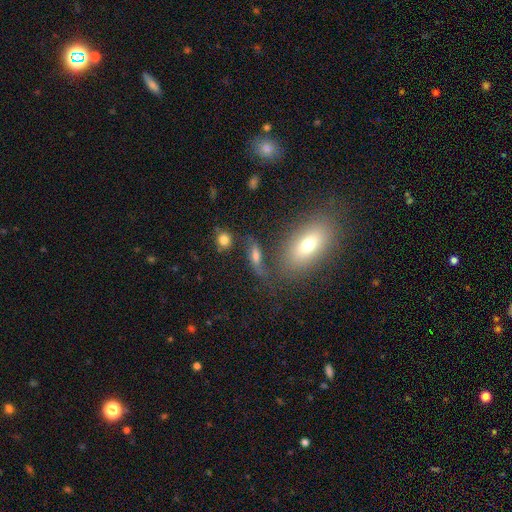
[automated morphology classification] Smooth or featured: smooth — 51% (featured or disk — 32%)
How rounded: in between — 56% (cigar-shaped — 28%)
Merging: none — 55% (minor disturbance — 18%)